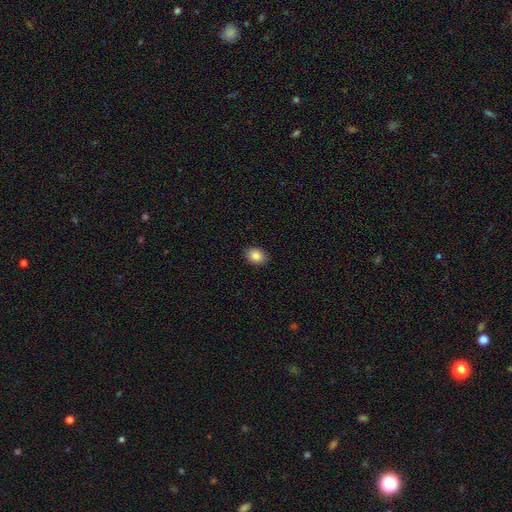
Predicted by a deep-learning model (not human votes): Smooth or featured? smooth (86%)
How rounded? in between (54%)
Merging? none (90%)